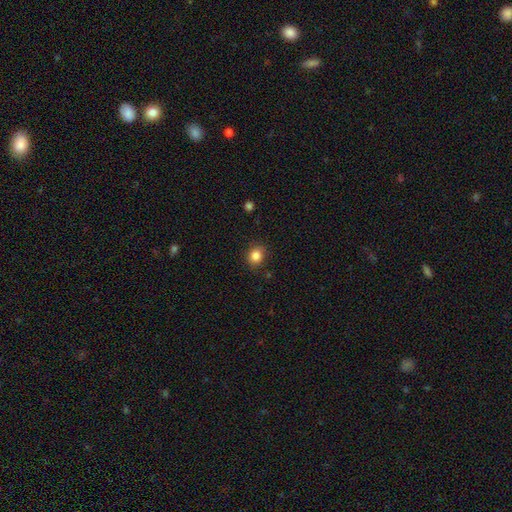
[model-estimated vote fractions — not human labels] Smooth or featured?
  - smooth: 85% *
  - star or artifact: 11%
  - featured or disk: 5%
How rounded?
  - round: 72% *
  - in between: 27%
  - cigar-shaped: 1%
Merging?
  - none: 87% *
  - minor disturbance: 9%
  - major disturbance: 2%
  - merger: 1%